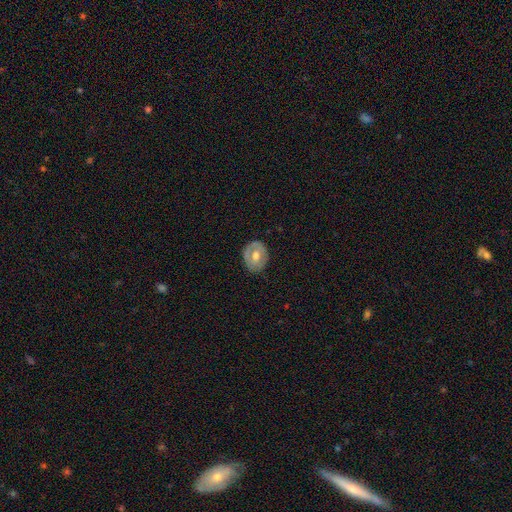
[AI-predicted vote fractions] This is possibly a featured or disk galaxy (47%, tied with smooth). Merging: clearly none (82%).